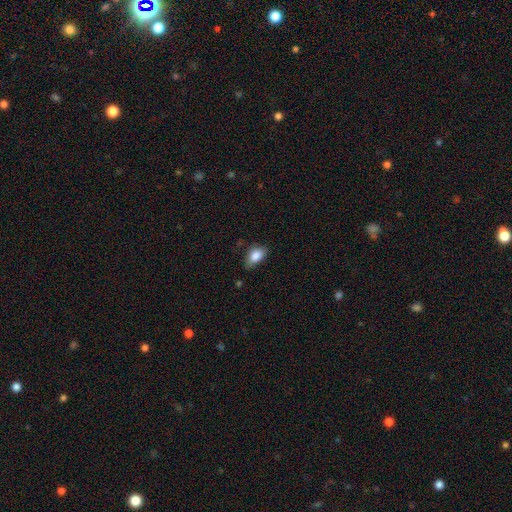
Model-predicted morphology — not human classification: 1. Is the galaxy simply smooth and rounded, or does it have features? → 85% smooth, 8% star or artifact, 8% featured or disk.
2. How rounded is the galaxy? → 87% in between, 10% round, 2% cigar-shaped.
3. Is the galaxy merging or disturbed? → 62% none, 30% minor disturbance, 6% major disturbance, 2% merger.